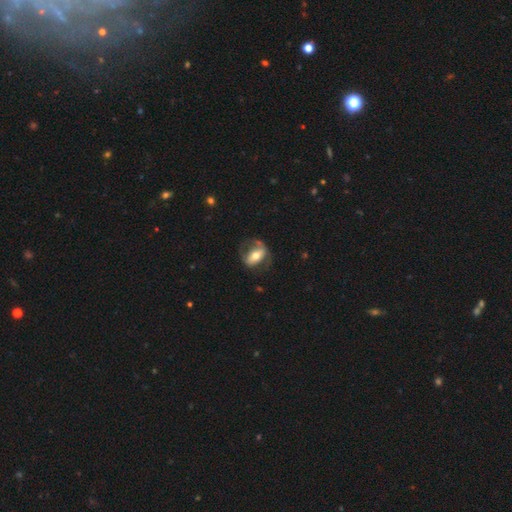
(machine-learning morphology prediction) Smooth or featured? featured or disk (54%)
Edge-on disk? no (88%)
Merging? none (51%)